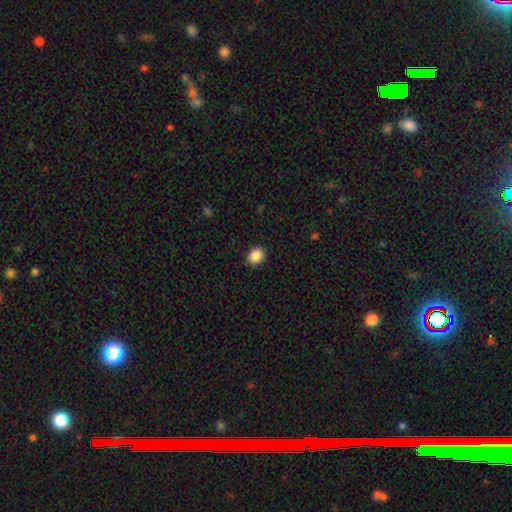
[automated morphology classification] smooth-or-featured: smooth: 88% | star or artifact: 9% | featured or disk: 3%
  how-rounded: round: 66% | in between: 34% | cigar-shaped: 1%
  merging: none: 90% | minor disturbance: 7% | major disturbance: 2% | merger: 1%